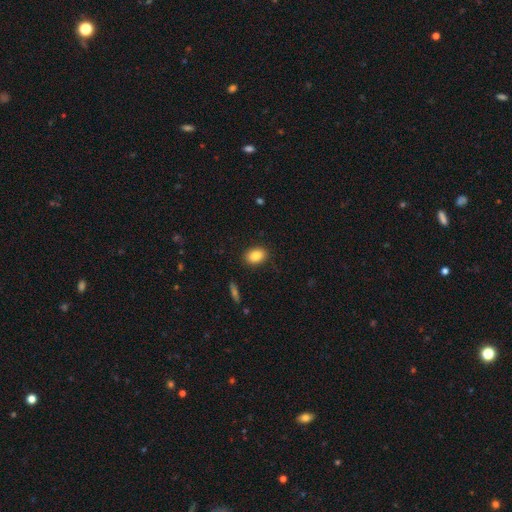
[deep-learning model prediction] Overall: smooth (86%). How rounded: in between (78%). Merging: none (87%).